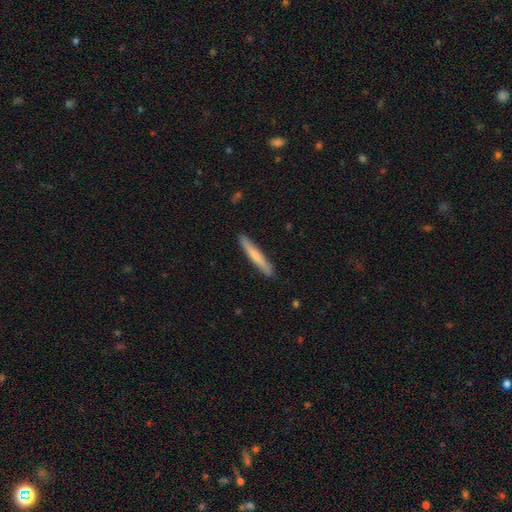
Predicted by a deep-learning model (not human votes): This is likely a smooth galaxy (64%). How rounded: clearly cigar-shaped (95%). Merging: clearly none (90%).